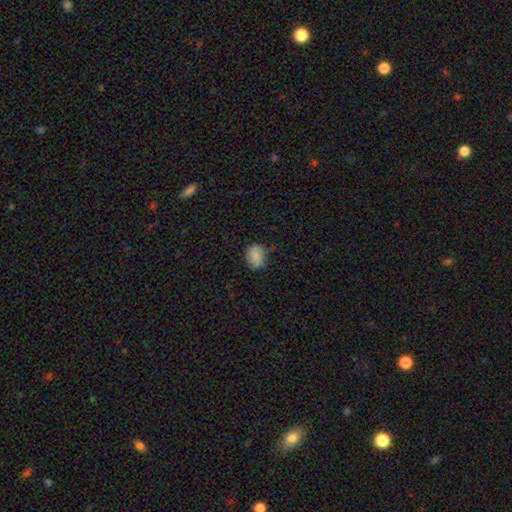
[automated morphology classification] A smooth galaxy with no disk features (79%) that is round (50%). Merging: none (66%).